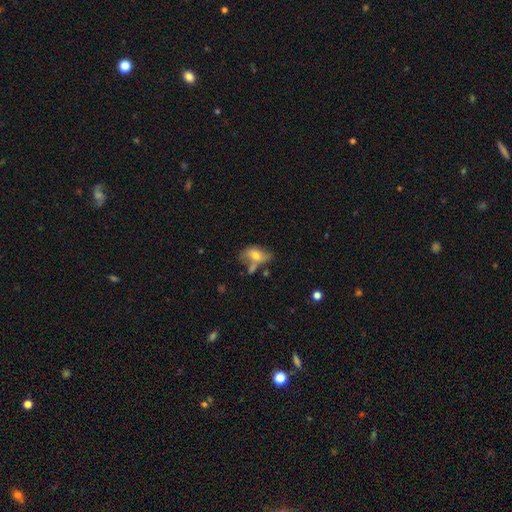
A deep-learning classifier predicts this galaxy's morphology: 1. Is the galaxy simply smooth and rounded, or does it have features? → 59% smooth, 32% featured or disk, 9% star or artifact.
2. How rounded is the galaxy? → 86% in between, 10% round, 4% cigar-shaped.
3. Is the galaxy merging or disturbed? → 40% none, 25% merger, 23% minor disturbance, 13% major disturbance.